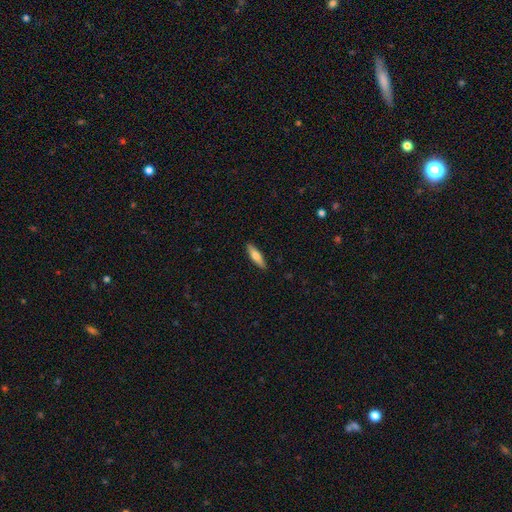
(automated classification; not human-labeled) Smooth or featured: smooth — 67% (featured or disk — 28%)
How rounded: cigar-shaped — 64% (in between — 34%)
Merging: none — 89% (minor disturbance — 8%)